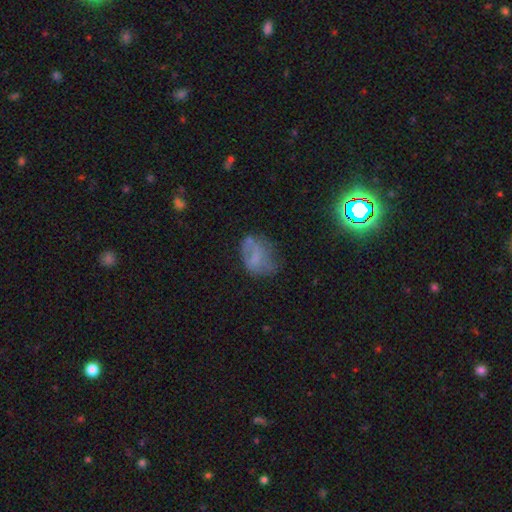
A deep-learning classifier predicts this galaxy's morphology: smooth-or-featured: smooth: 50% | featured or disk: 34% | star or artifact: 16%
  merging: none: 44% | minor disturbance: 29% | major disturbance: 22% | merger: 5%